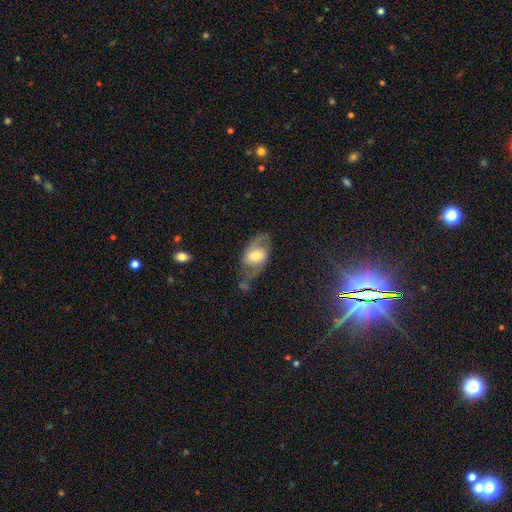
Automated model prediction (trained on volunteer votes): A featured or disk galaxy (56%) with a weak bar (41%), spiral arms (68%) and a moderate central bulge (61%).

Vote fractions:
- Smooth or featured? featured or disk: 56% / smooth: 37% / star or artifact: 7%
- Edge-on disk? no: 91% / yes: 9%
- Bar? weak: 41% / no: 40% / strong: 20%
- Spiral arms? yes: 68% / no: 32%
- Bulge size? moderate: 61% / small: 21% / large: 15% / dominant: 2% / none: 2%
- Merging? none: 54% / minor disturbance: 25% / major disturbance: 16% / merger: 5%